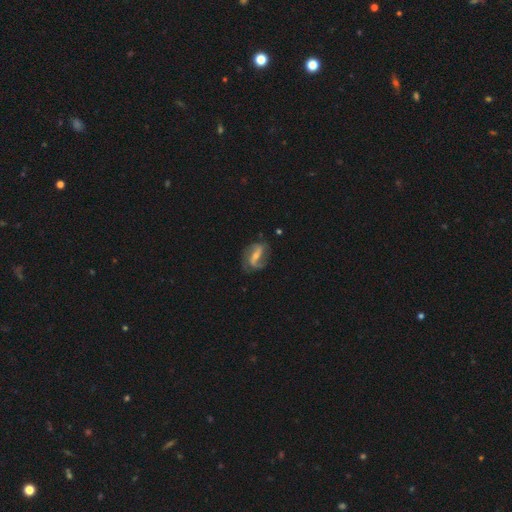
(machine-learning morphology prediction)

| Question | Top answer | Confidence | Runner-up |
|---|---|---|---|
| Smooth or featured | featured or disk | 81% | smooth (13%) |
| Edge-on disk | no | 95% | yes (5%) |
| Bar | strong | 45% | weak (37%) |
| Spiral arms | yes | 92% | no (8%) |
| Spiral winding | loose | 48% | medium (38%) |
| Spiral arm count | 2 | 78% | 1 (11%) |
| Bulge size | small | 53% | moderate (40%) |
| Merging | none | 66% | minor disturbance (21%) |